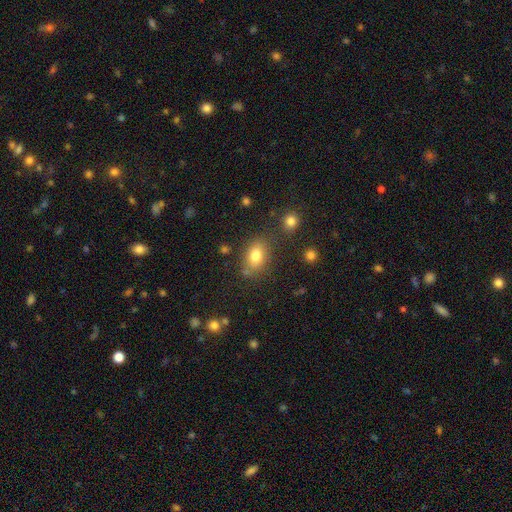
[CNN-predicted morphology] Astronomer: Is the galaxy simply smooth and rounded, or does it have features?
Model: smooth — 79%.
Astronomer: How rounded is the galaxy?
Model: in between — 77%.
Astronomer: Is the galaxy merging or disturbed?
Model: none — 73%.